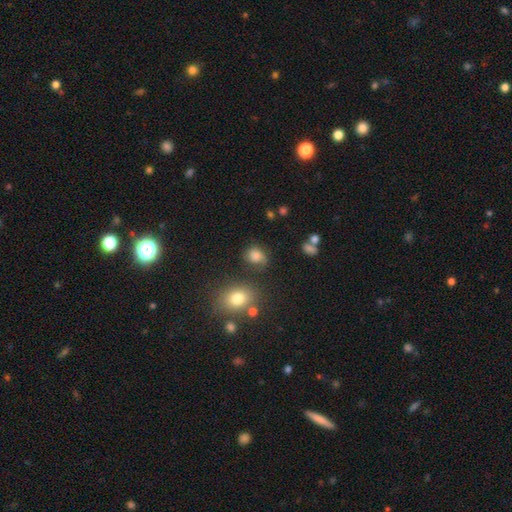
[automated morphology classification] Q: Smooth or featured?
A: smooth (69%); runner-up: featured or disk (17%)
Q: How rounded?
A: in between (49%); tied with: round (49%)
Q: Merging?
A: none (53%); runner-up: minor disturbance (26%)